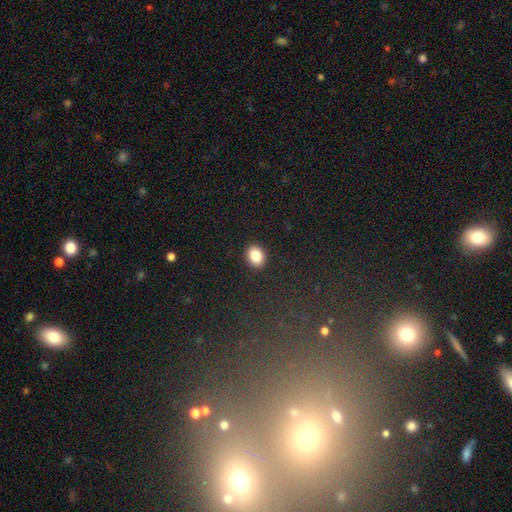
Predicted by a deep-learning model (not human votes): smooth 86%, star or artifact 9%, featured or disk 5%. Down the decision tree: how rounded — in between (50%); merging — none (91%).